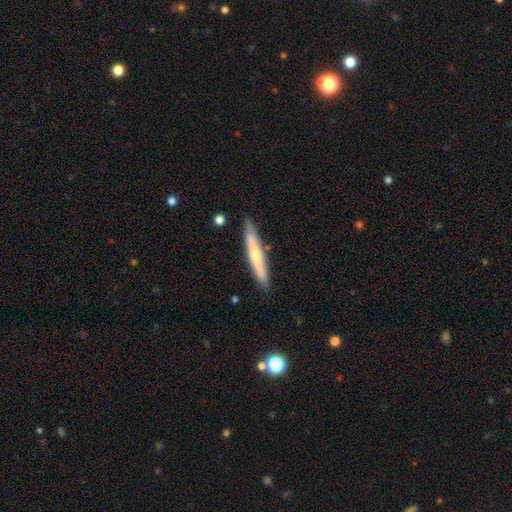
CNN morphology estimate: smooth_or_featured: smooth (p=0.48) [alt: featured or disk p=0.46]
merging: none (p=0.81) [alt: minor disturbance p=0.14]